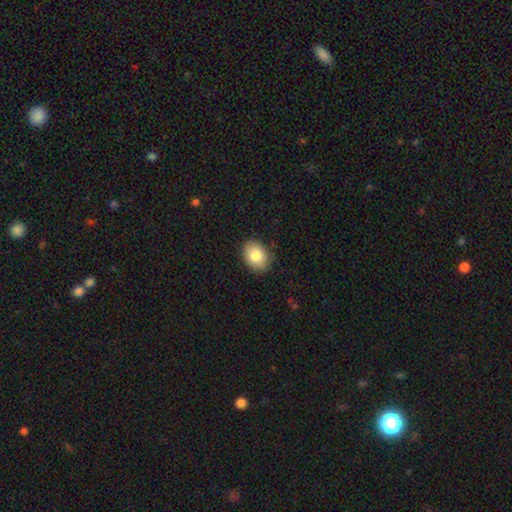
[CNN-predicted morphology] smooth_or_featured: smooth (p=0.84) [alt: featured or disk p=0.09]
how_rounded: in between (p=0.68) [alt: round p=0.31]
merging: none (p=0.87) [alt: minor disturbance p=0.10]